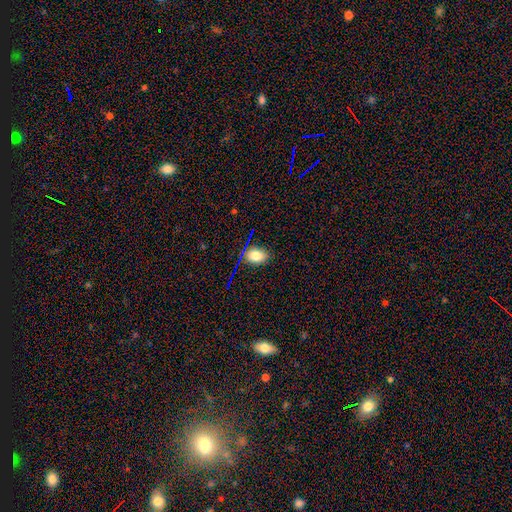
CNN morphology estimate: smooth-or-featured: smooth: 76% | star or artifact: 15% | featured or disk: 9%
  how-rounded: in between: 77% | round: 22% | cigar-shaped: 2%
  merging: none: 80% | minor disturbance: 14% | major disturbance: 4% | merger: 2%